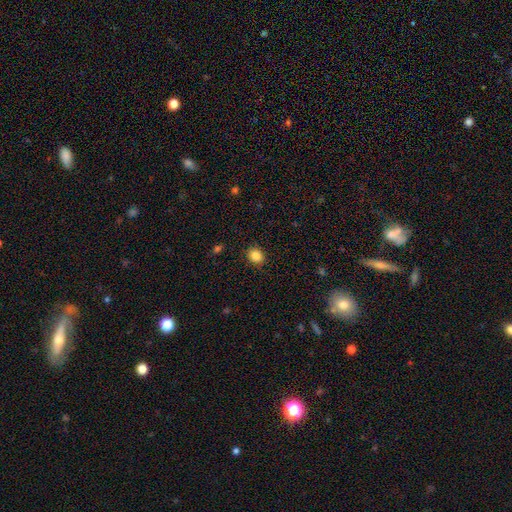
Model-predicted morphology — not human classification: Smooth or featured?
  - smooth: 85% *
  - star or artifact: 10%
  - featured or disk: 5%
How rounded?
  - round: 64% *
  - in between: 35%
  - cigar-shaped: 1%
Merging?
  - none: 89% *
  - minor disturbance: 8%
  - major disturbance: 2%
  - merger: 1%